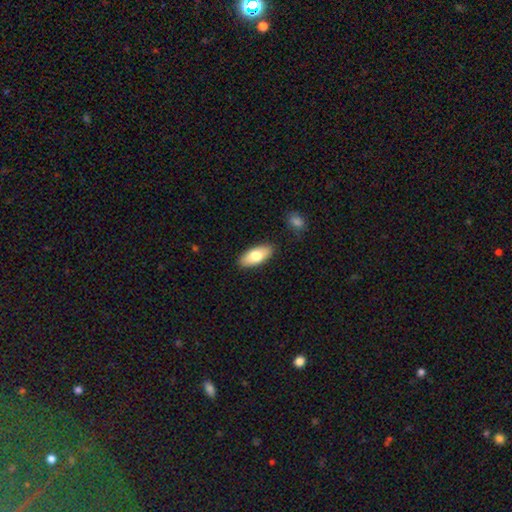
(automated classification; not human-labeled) smooth 76%, featured or disk 18%, star or artifact 6%. Down the decision tree: how rounded — in between (87%); merging — none (88%).